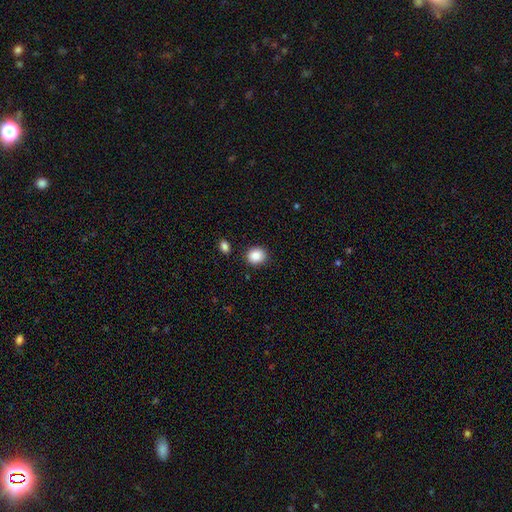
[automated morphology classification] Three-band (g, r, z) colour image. It shows a smooth galaxy with no disk features (88%) that is round (72%). Merging: none (87%).